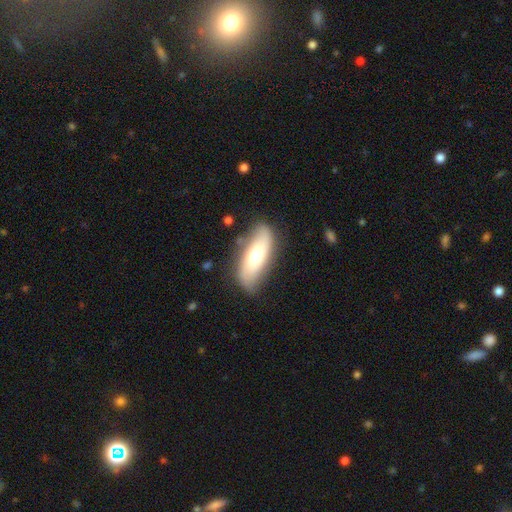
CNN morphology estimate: This is possibly a smooth galaxy (55%). How rounded: likely in between (72%). Merging: likely none (76%).